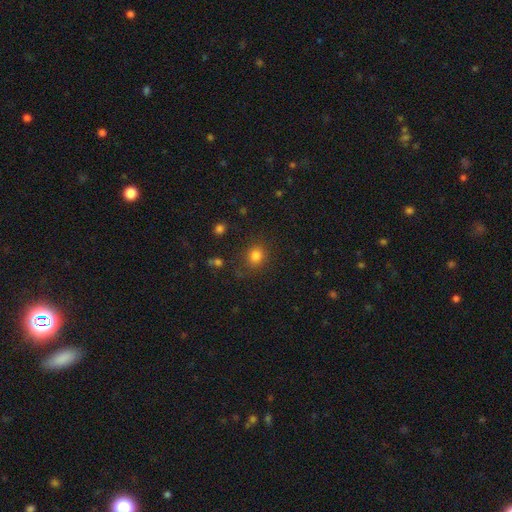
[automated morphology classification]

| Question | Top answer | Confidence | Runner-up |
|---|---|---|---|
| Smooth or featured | smooth | 81% | star or artifact (13%) |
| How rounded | round | 78% | in between (21%) |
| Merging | none | 81% | minor disturbance (12%) |